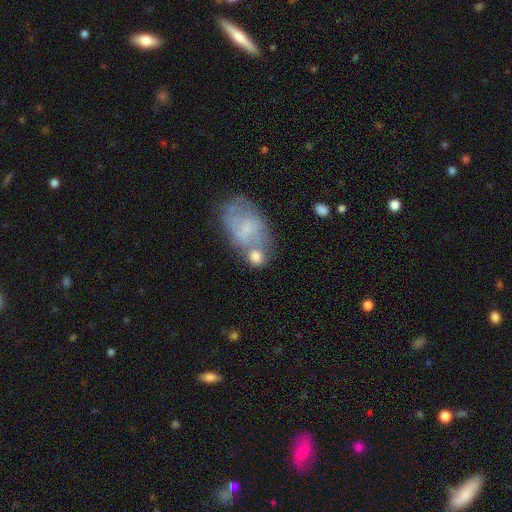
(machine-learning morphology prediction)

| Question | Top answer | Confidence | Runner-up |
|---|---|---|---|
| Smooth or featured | smooth | 60% | featured or disk (30%) |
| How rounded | in between | 63% | round (35%) |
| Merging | none | 36% | merger (35%) |